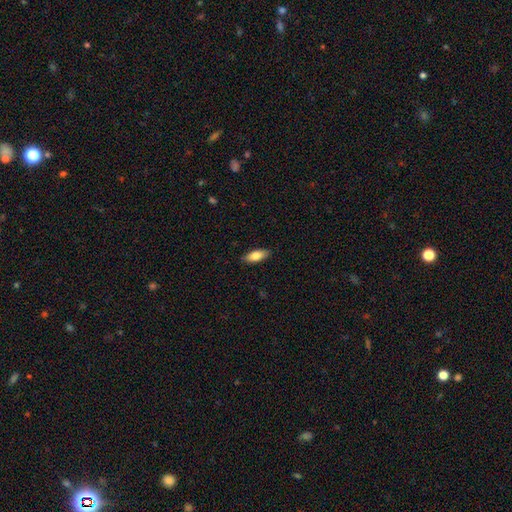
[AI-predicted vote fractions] A smooth galaxy with no disk features (79%) that is in between round and cigar-shaped (77%).

Vote fractions:
- Smooth or featured? smooth: 79% / featured or disk: 15% / star or artifact: 6%
- How rounded? in between: 77% / cigar-shaped: 21% / round: 2%
- Merging? none: 87% / minor disturbance: 10% / major disturbance: 2% / merger: 1%